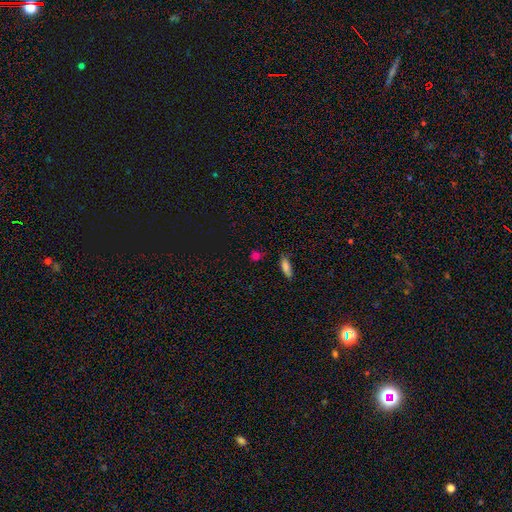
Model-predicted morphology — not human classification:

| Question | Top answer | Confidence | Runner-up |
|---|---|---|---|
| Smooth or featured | smooth | 72% | star or artifact (21%) |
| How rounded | round | 51% | in between (39%) |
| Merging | none | 79% | minor disturbance (14%) |